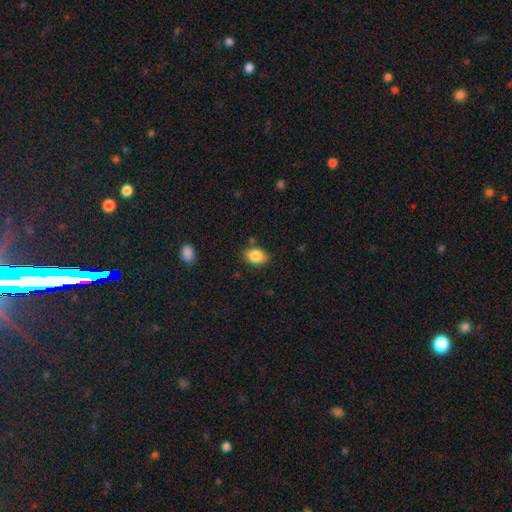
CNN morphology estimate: Overall: smooth (85%). How rounded: in between (81%). Merging: none (81%).